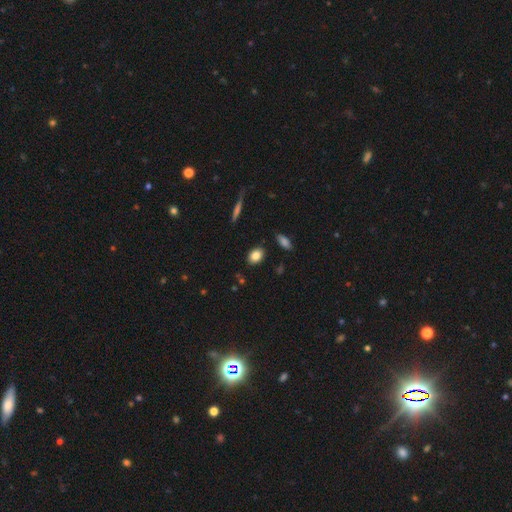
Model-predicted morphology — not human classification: This is clearly a smooth galaxy (84%). How rounded: likely in between (74%). Merging: clearly none (87%).